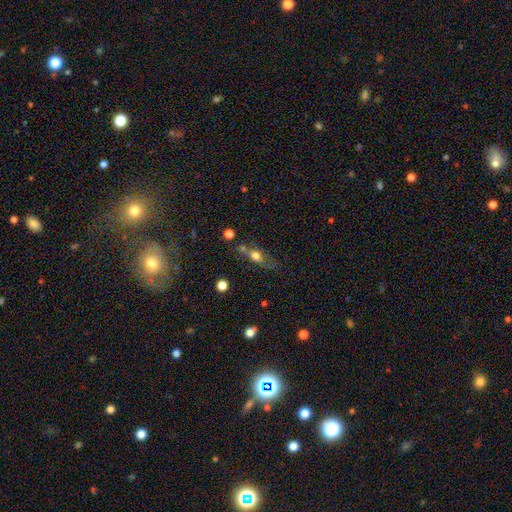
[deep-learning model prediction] Morphology: type=smooth (61%); roundness=in between (56%); merging=none (46%).